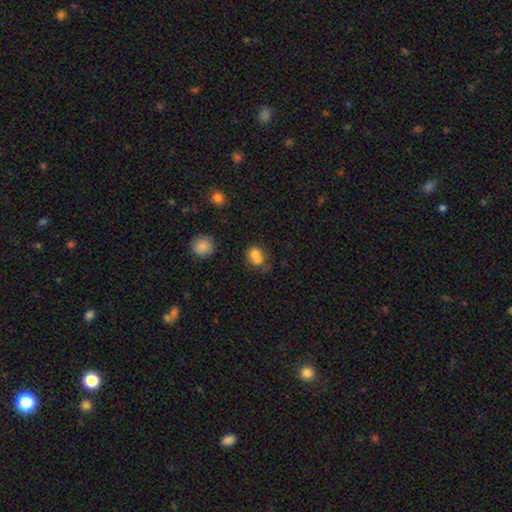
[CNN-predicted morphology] Overall: smooth (71%). How rounded: round (69%; in between 30%). Merging: merger (57%; none 28%).